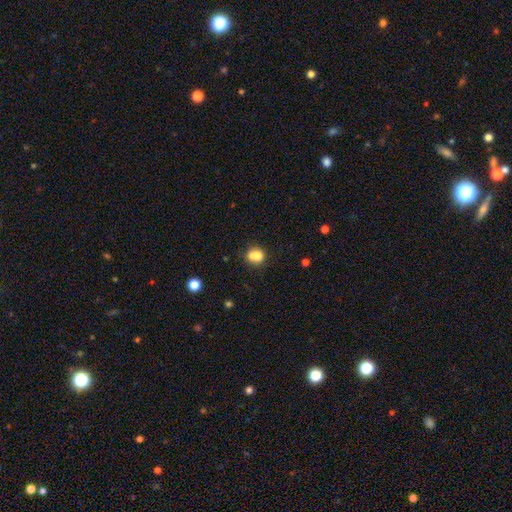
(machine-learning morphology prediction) This is likely a smooth galaxy (71%). How rounded: likely round (67%). Merging: possibly merger (52%).